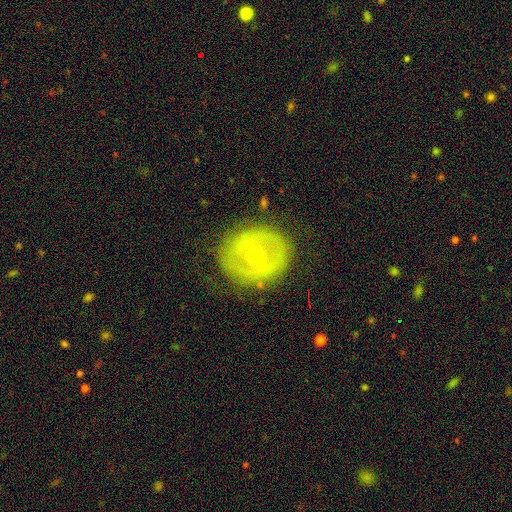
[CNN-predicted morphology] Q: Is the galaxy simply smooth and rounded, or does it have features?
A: featured or disk — 67%.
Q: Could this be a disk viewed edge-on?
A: no — 95%.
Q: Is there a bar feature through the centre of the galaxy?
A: no — 63%.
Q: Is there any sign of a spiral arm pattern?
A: no — 74%.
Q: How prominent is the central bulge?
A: small — 61%.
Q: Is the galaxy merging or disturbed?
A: none — 78%.